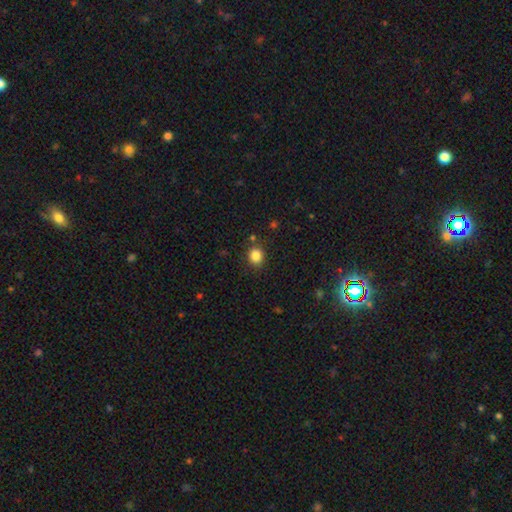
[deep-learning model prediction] smooth_or_featured: smooth (p=0.85) [alt: star or artifact p=0.11]
how_rounded: round (p=0.77) [alt: in between p=0.22]
merging: none (p=0.85) [alt: minor disturbance p=0.09]